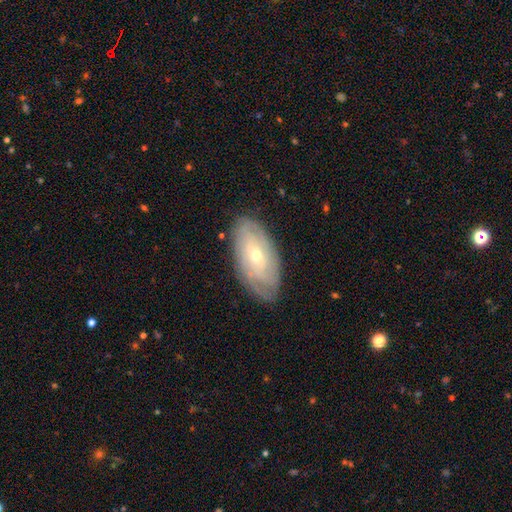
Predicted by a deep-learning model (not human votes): Morphology: type=featured or disk (69%); edge-on=no (90%); bar=no (73%); spiral arms=yes (80%); bulge=small (54%); merging=none (79%).